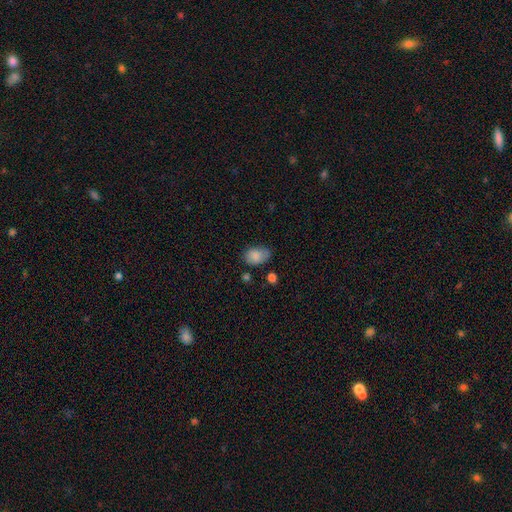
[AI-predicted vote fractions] Overall: smooth (85%). How rounded: in between (81%). Merging: none (58%; minor disturbance 31%).